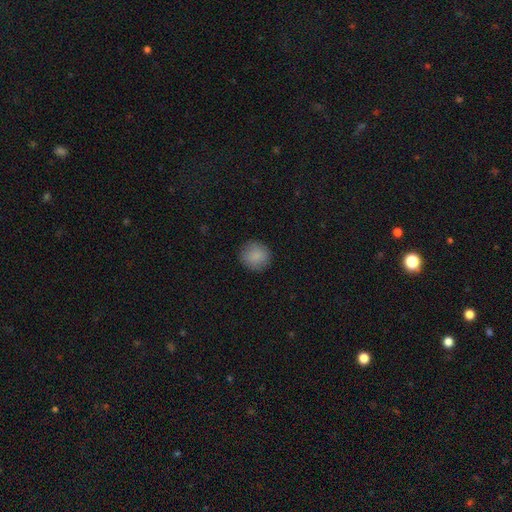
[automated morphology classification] This appears to be a smooth galaxy with no disk features (87%) that is round (91%). Merging: none (88%).